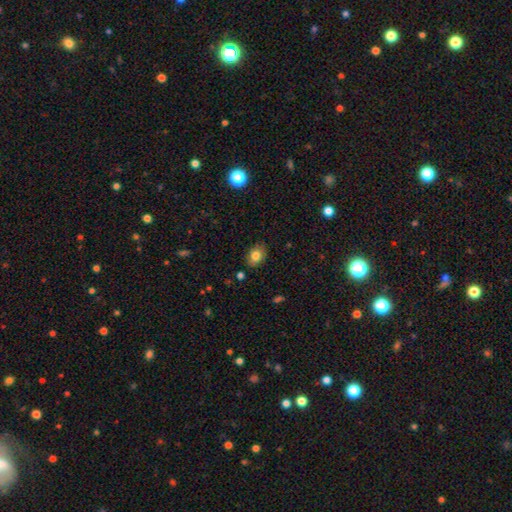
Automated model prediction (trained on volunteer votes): A smooth galaxy with no disk features (80%) that is in between round and cigar-shaped (75%). Merging: none (83%).